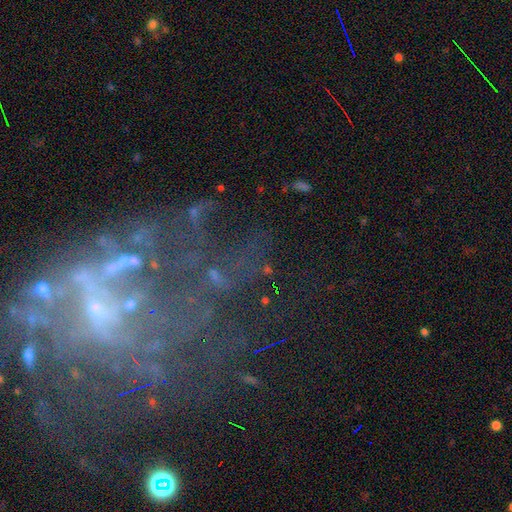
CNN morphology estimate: A featured or disk galaxy (58%) with no bar (65%), no spiral arms (57%) and a small central bulge (49%).

Vote fractions:
- Smooth or featured? featured or disk: 58% / star or artifact: 30% / smooth: 13%
- Edge-on disk? no: 94% / yes: 6%
- Bar? no: 65% / weak: 21% / strong: 13%
- Spiral arms? no: 57% / yes: 43%
- Bulge size? small: 49% / none: 34% / moderate: 13% / large: 2% / dominant: 2%
- Merging? none: 43% / major disturbance: 34% / minor disturbance: 15% / merger: 8%